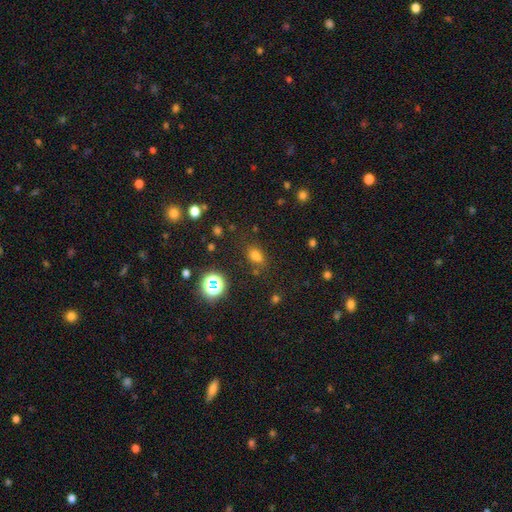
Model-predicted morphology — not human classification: Smooth or featured?
  - smooth: 72% *
  - star or artifact: 22%
  - featured or disk: 7%
How rounded?
  - in between: 75% *
  - round: 23%
  - cigar-shaped: 2%
Merging?
  - none: 75% *
  - minor disturbance: 14%
  - major disturbance: 6%
  - merger: 5%